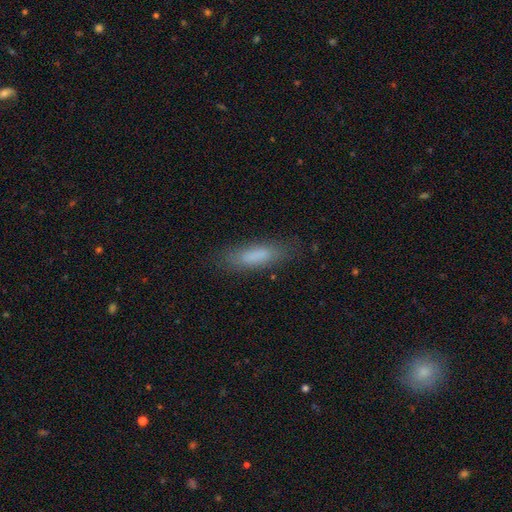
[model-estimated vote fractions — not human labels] Q: Smooth or featured?
A: smooth (80%); runner-up: featured or disk (12%)
Q: How rounded?
A: cigar-shaped (56%); runner-up: in between (43%)
Q: Merging?
A: none (81%); runner-up: minor disturbance (14%)